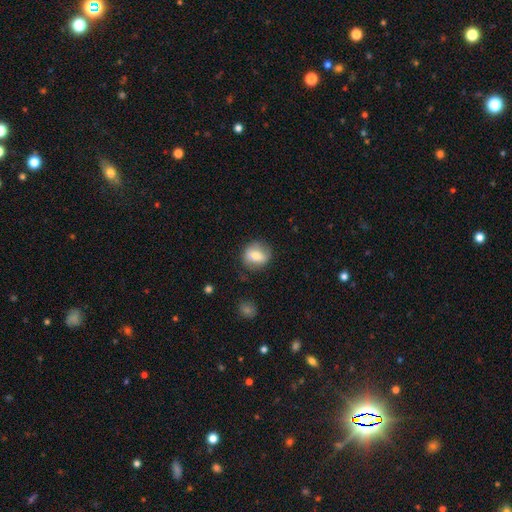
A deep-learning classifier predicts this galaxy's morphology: Smooth or featured? Predicted: smooth (p=0.69). How rounded? Predicted: round (p=0.67). Merging? Predicted: none (p=0.76).